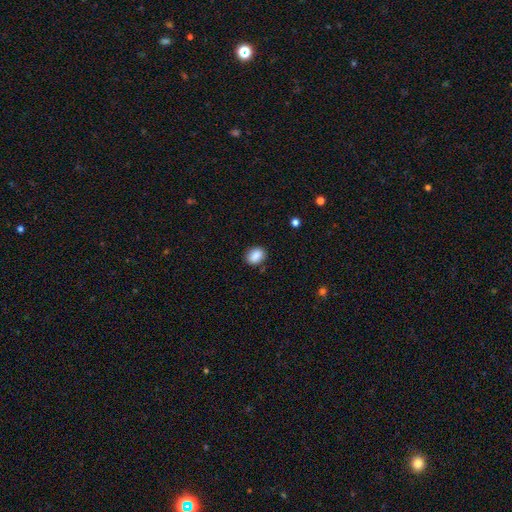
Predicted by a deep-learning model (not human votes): Morphology: type=smooth (88%); roundness=in between (59%); merging=none (84%).